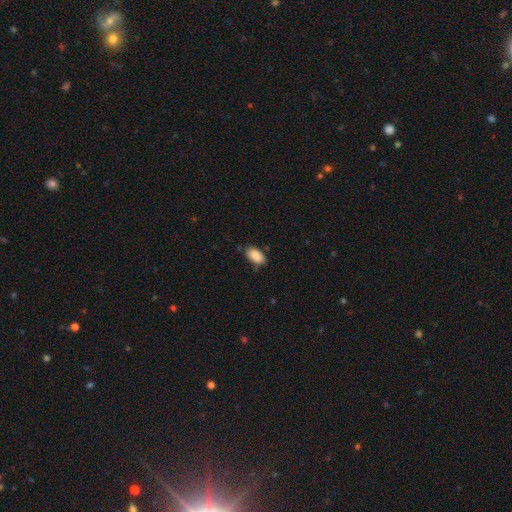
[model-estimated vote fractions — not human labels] Smooth or featured? smooth (89%)
How rounded? in between (94%)
Merging? none (77%)